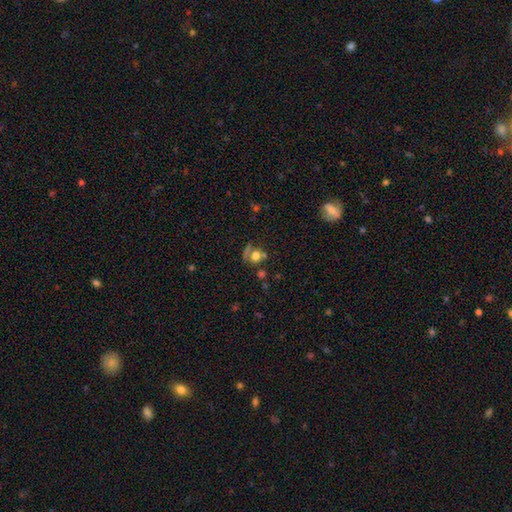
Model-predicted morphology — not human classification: Smooth or featured? smooth (64%)
How rounded? round (75%)
Merging? none (48%)